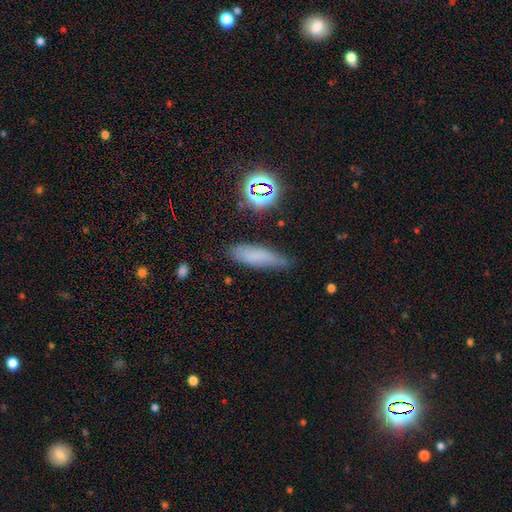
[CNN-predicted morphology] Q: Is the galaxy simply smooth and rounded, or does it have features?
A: smooth — 67%.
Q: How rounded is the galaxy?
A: cigar-shaped — 55%.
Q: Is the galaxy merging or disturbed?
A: none — 63%.